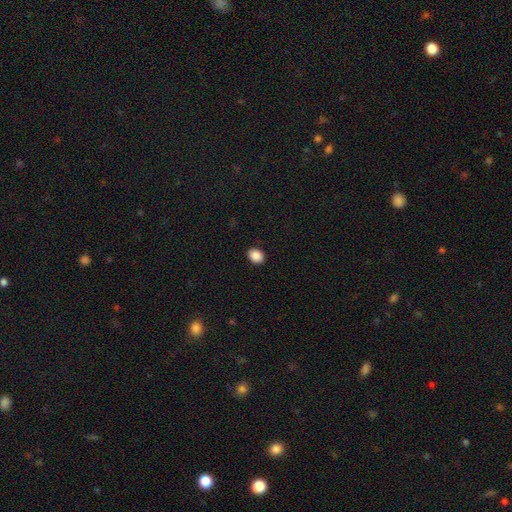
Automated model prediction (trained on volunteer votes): A smooth galaxy with no disk features (89%) that is in between round and cigar-shaped (56%). Merging: none (90%).